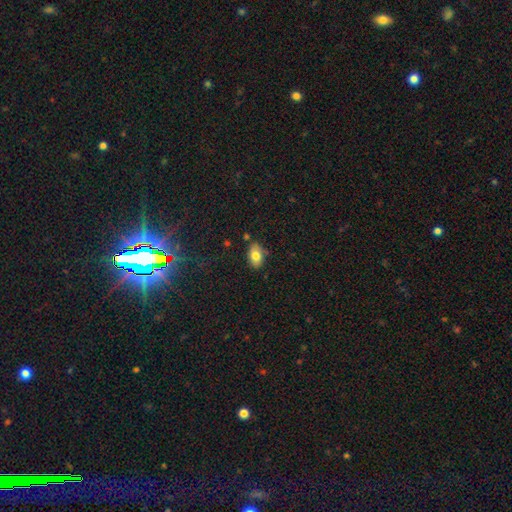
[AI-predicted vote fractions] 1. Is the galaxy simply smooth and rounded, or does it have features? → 80% smooth, 12% featured or disk, 8% star or artifact.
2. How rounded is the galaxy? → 90% in between, 8% round, 2% cigar-shaped.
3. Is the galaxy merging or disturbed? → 80% none, 14% minor disturbance, 3% merger, 3% major disturbance.